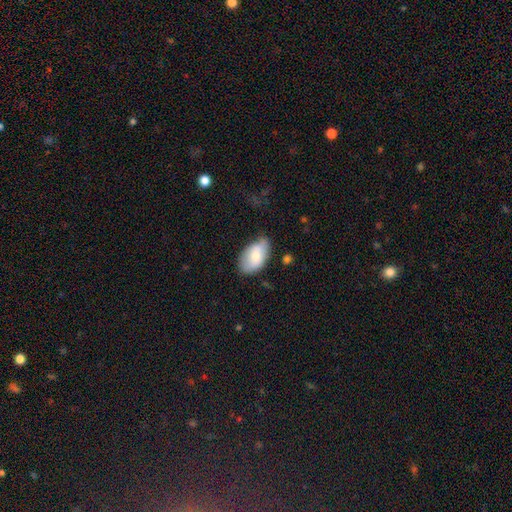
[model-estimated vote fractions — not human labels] This is likely a smooth galaxy (70%). How rounded: clearly in between (93%). Merging: likely none (60%).